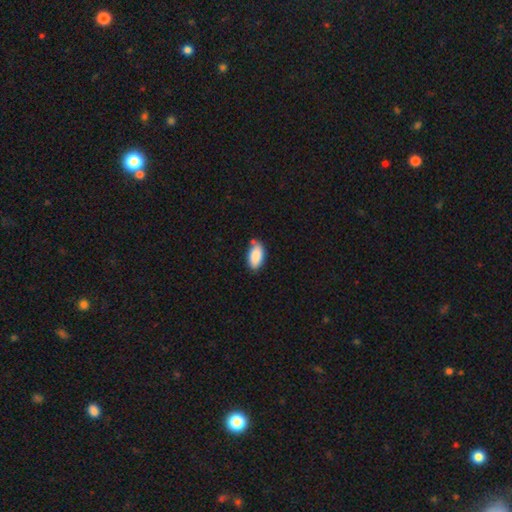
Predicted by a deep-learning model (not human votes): Smooth or featured? smooth (88%)
How rounded? in between (94%)
Merging? none (68%)